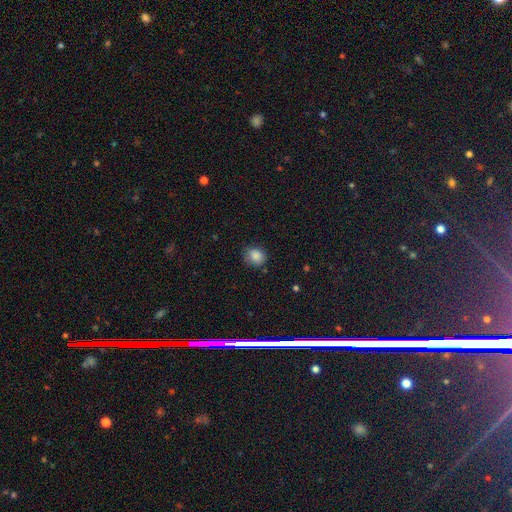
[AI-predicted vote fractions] Overall: smooth (86%). How rounded: round (67%; in between 32%). Merging: none (71%).